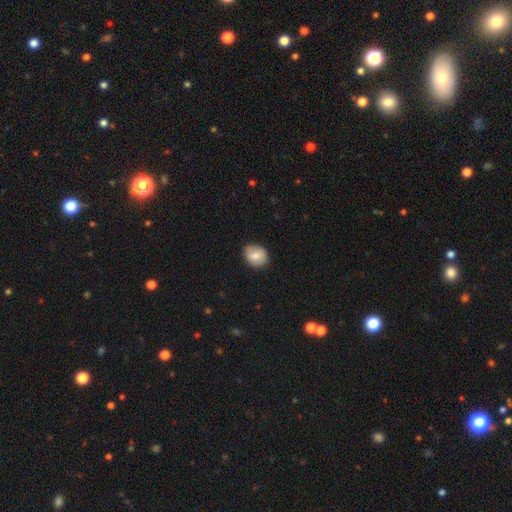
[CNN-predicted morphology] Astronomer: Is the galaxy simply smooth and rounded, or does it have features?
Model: smooth — 79%.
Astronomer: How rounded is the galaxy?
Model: round — 60% (runner-up: in between, 39%).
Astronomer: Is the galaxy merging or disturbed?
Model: none — 81%.